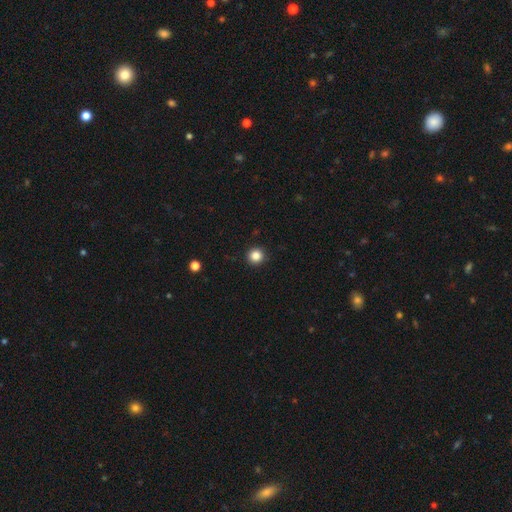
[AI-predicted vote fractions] A smooth galaxy with no disk features (85%) that is round (96%).

Vote fractions:
- Smooth or featured? smooth: 85% / star or artifact: 12% / featured or disk: 3%
- How rounded? round: 96% / in between: 4% / cigar-shaped: 1%
- Merging? none: 93% / minor disturbance: 5% / major disturbance: 2% / merger: 1%